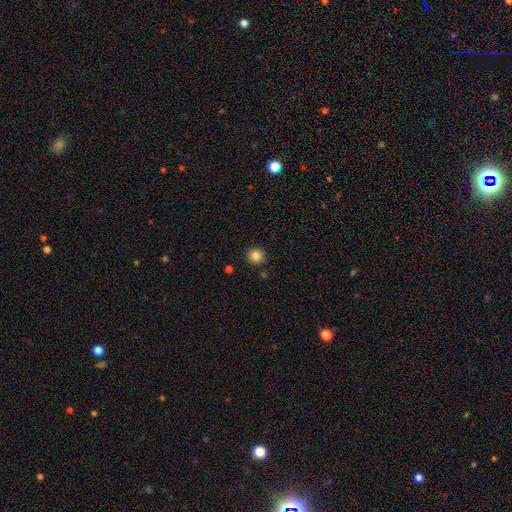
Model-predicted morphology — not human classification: smooth_or_featured: smooth (p=0.85) [alt: star or artifact p=0.11]
how_rounded: round (p=0.92) [alt: in between p=0.07]
merging: none (p=0.89) [alt: minor disturbance p=0.07]